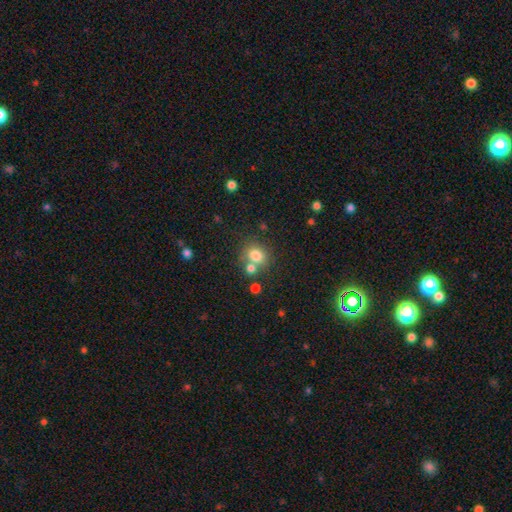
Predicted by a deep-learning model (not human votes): smooth 77%, star or artifact 13%, featured or disk 10%. Down the decision tree: how rounded — round (71%); merging — none (60%).